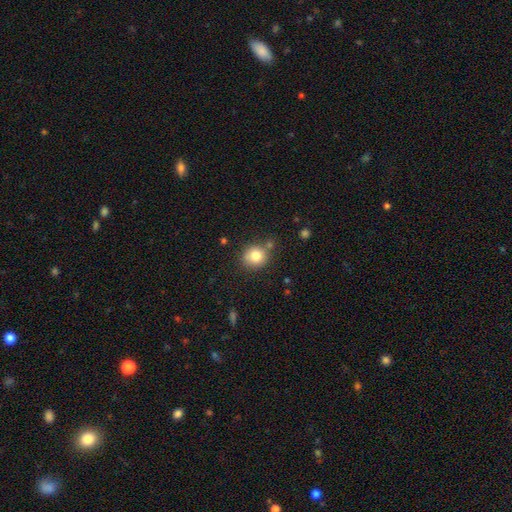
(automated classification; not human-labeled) This is clearly a smooth galaxy (80%). How rounded: likely round (80%). Merging: likely none (73%).